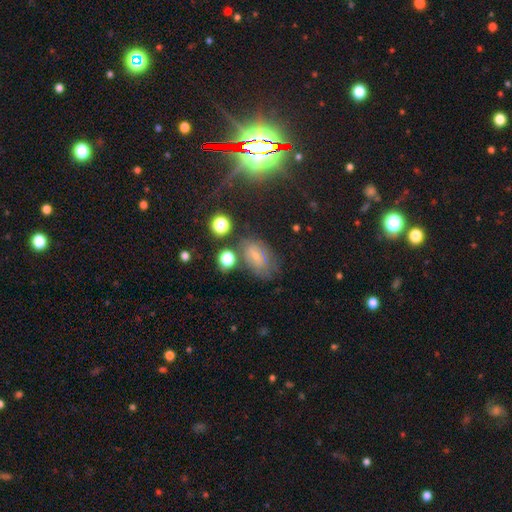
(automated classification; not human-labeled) This appears to be a smooth galaxy with no disk features (47%). Merging: none (52%).